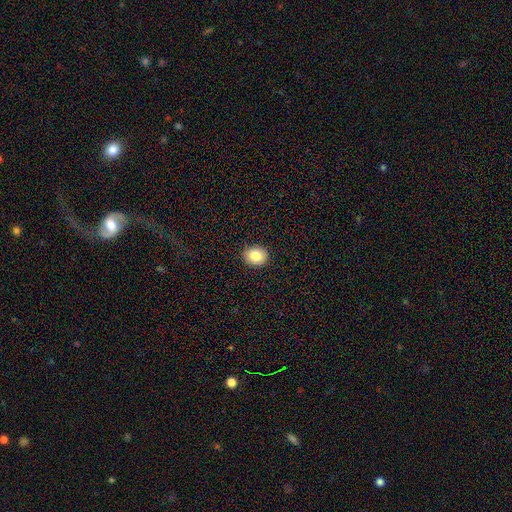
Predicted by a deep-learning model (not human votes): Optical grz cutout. It shows a smooth galaxy with no disk features (82%) that is round (60%). Merging: none (90%).